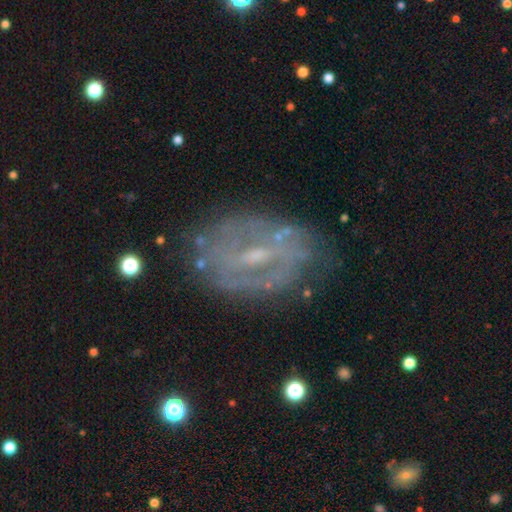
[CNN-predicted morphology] A featured or disk galaxy (76%) with a weak bar (50%), spiral arms (62%) and a small central bulge (57%).

Vote fractions:
- Smooth or featured? featured or disk: 76% / smooth: 15% / star or artifact: 9%
- Edge-on disk? no: 96% / yes: 4%
- Bar? weak: 50% / strong: 26% / no: 23%
- Spiral arms? yes: 62% / no: 38%
- Bulge size? small: 57% / moderate: 27% / none: 13% / large: 1% / dominant: 1%
- Merging? none: 67% / minor disturbance: 20% / major disturbance: 10% / merger: 3%